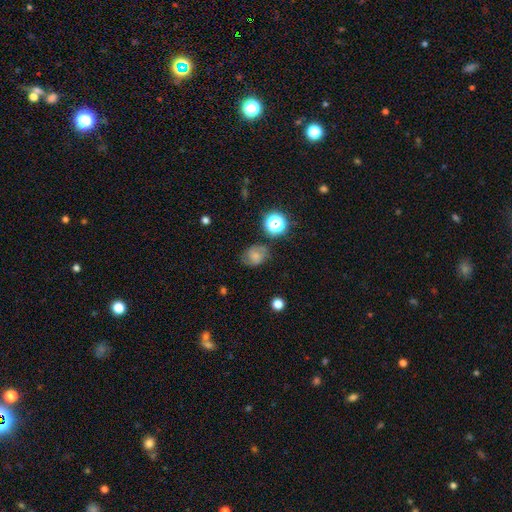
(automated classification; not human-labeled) Smooth or featured? smooth (44%)
Merging? none (70%)